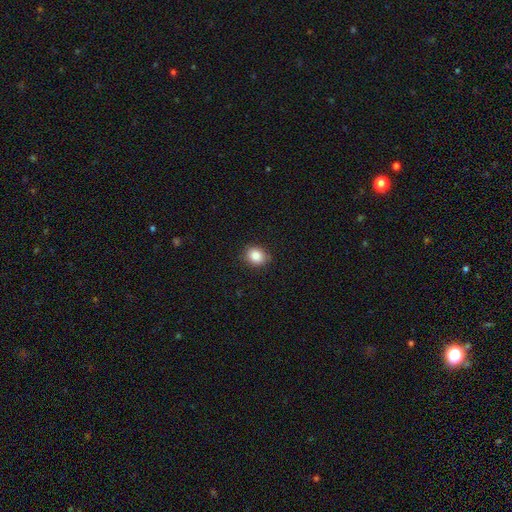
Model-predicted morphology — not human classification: This appears to be a smooth galaxy with no disk features (85%) that is round (57%). Merging: none (87%).